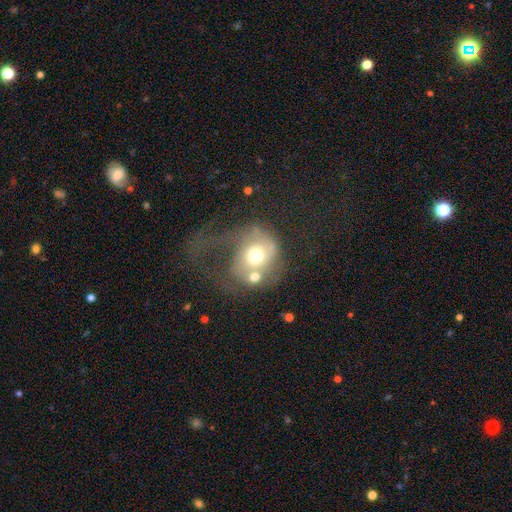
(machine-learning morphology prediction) featured or disk 51%, smooth 40%, star or artifact 9%. Down the decision tree: edge-on disk — no (96%); merging — major disturbance (46%).